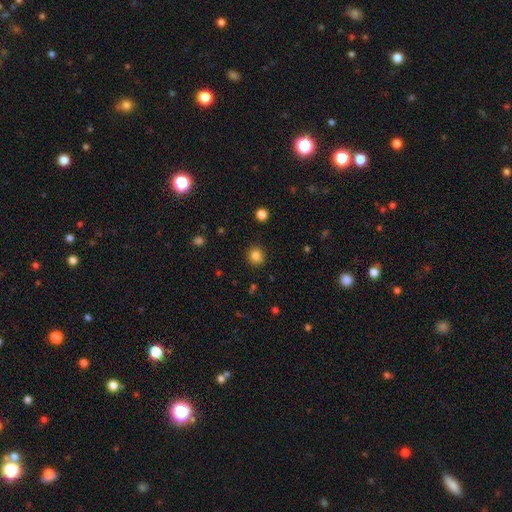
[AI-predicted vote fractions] smooth 83%, star or artifact 12%, featured or disk 5%. Down the decision tree: how rounded — round (84%); merging — none (90%).